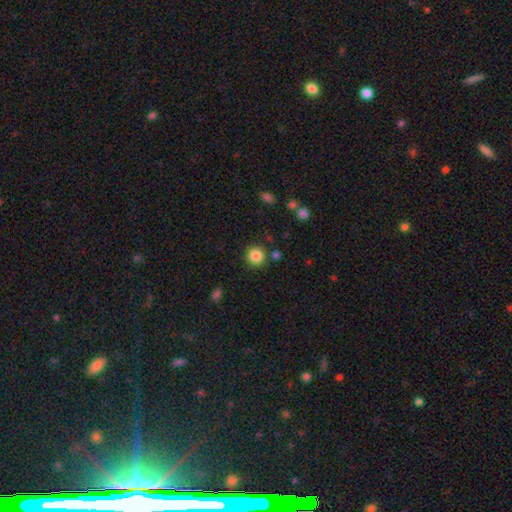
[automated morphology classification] This appears to be a smooth galaxy with no disk features (85%) that is round (93%). Merging: none (85%).